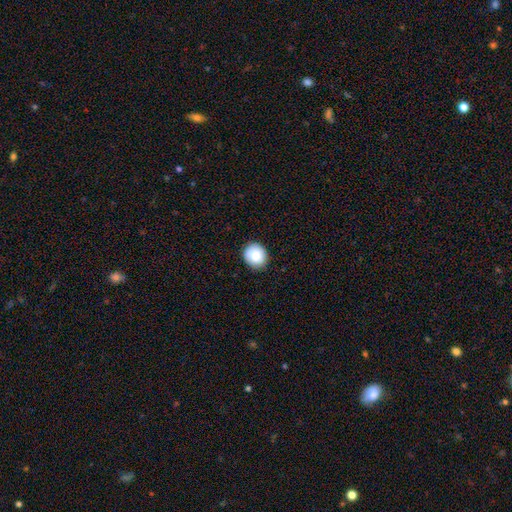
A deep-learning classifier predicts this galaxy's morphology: Smooth or featured: smooth — 82% (featured or disk — 10%)
How rounded: round — 80% (in between — 19%)
Merging: none — 87% (minor disturbance — 10%)